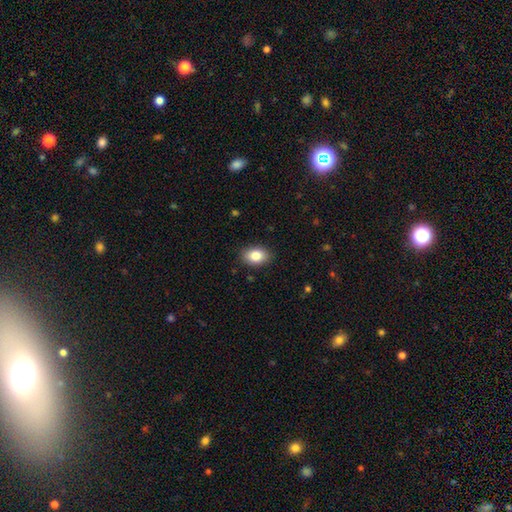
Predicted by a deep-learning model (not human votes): smooth-or-featured: smooth: 85% | star or artifact: 8% | featured or disk: 7%
  how-rounded: in between: 82% | round: 17% | cigar-shaped: 1%
  merging: none: 88% | minor disturbance: 9% | major disturbance: 2% | merger: 1%